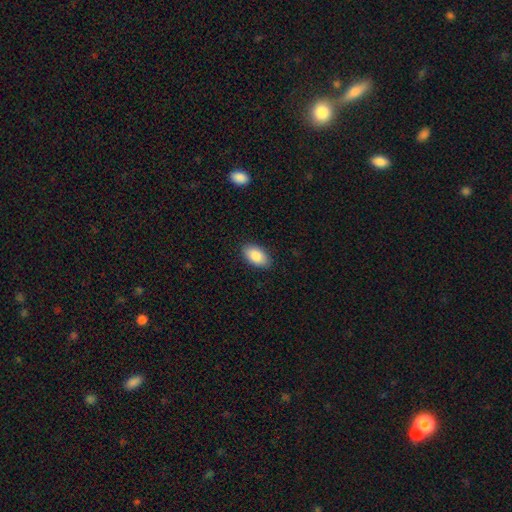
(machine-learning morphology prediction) type=smooth (88%); roundness=in between (95%); merging=none (89%).